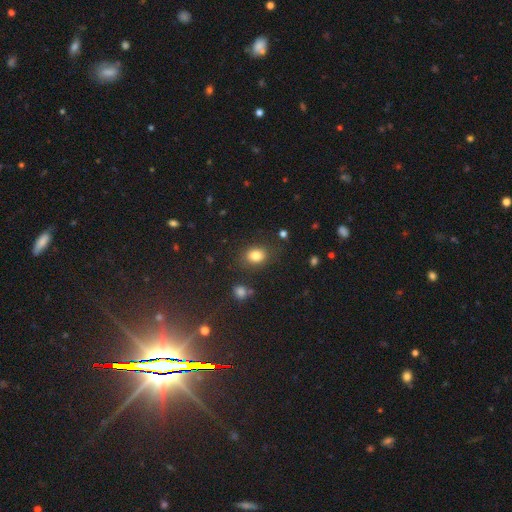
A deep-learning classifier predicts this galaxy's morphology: smooth_or_featured: smooth (p=0.82) [alt: star or artifact p=0.11]
how_rounded: in between (p=0.52) [alt: round p=0.47]
merging: none (p=0.80) [alt: minor disturbance p=0.13]